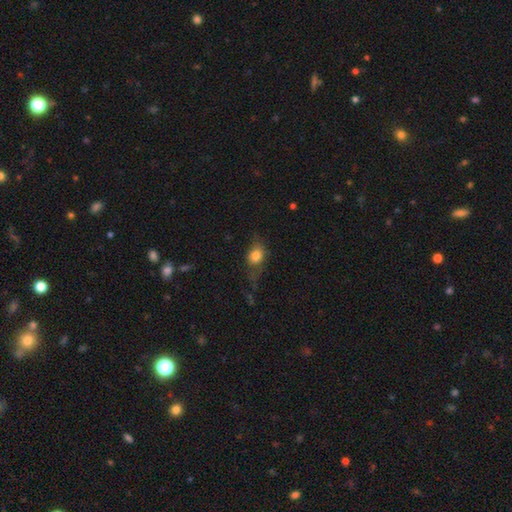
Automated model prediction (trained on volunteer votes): This is likely a smooth galaxy (76%). How rounded: likely in between (63%). Merging: possibly none (46%).